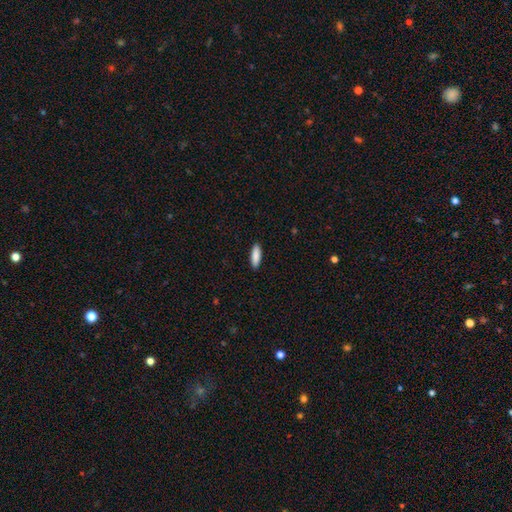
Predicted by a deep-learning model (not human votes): Smooth or featured: smooth — 89% (star or artifact — 6%)
How rounded: in between — 52% (cigar-shaped — 46%)
Merging: none — 91% (minor disturbance — 7%)